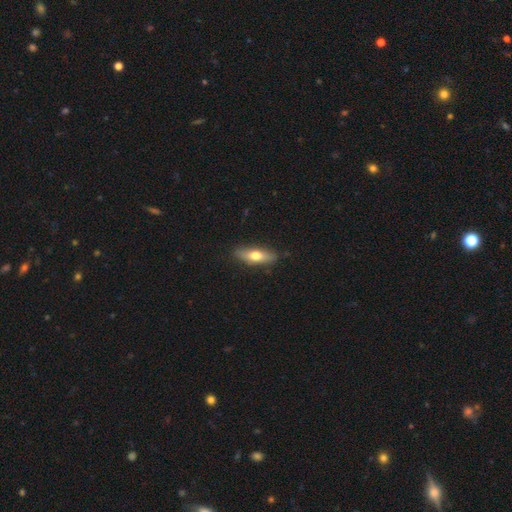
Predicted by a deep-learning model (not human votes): The model was most divided on "how rounded": in between: 51%, cigar-shaped: 46%, round: 3%. More confident: merging — none (85%); smooth or featured — smooth (62%).